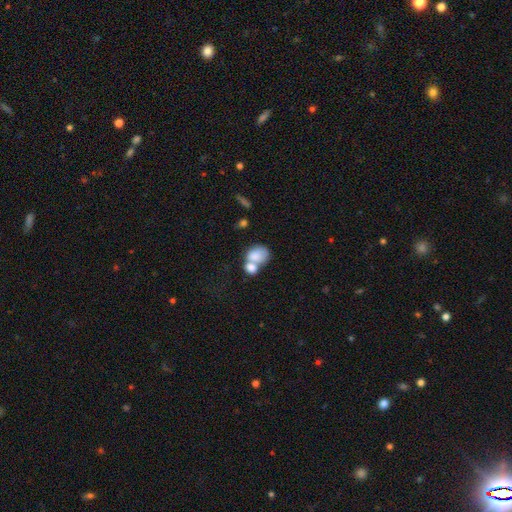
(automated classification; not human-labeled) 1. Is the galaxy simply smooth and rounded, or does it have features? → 78% smooth, 14% featured or disk, 8% star or artifact.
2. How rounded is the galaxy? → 61% in between, 38% round, 1% cigar-shaped.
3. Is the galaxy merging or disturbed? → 63% merger, 22% none, 9% minor disturbance, 6% major disturbance.